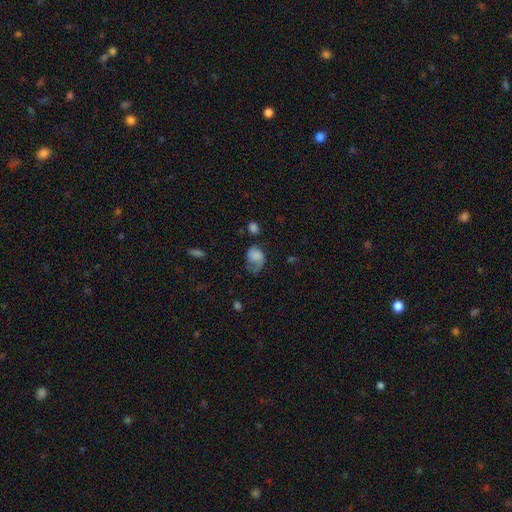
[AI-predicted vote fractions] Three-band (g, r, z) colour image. It shows a smooth galaxy with no disk features (52%) that is in between round and cigar-shaped (61%). Merging: major disturbance (37%).